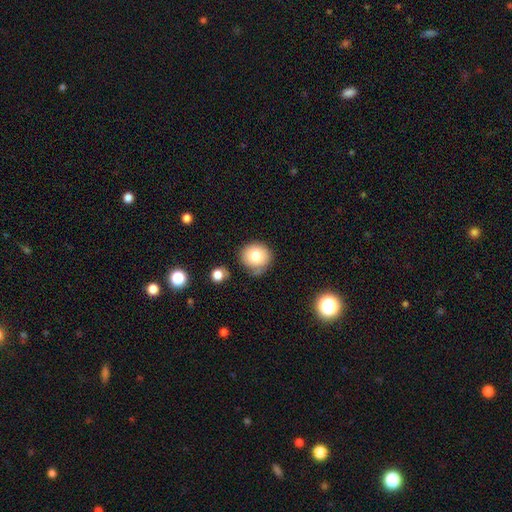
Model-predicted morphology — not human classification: Q: Smooth or featured?
A: smooth (79%); runner-up: featured or disk (11%)
Q: How rounded?
A: round (90%); runner-up: in between (9%)
Q: Merging?
A: none (67%); runner-up: minor disturbance (22%)